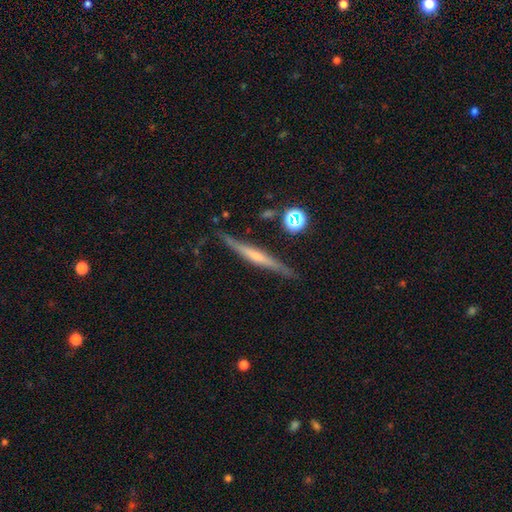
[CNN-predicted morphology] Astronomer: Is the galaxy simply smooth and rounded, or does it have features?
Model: featured or disk — 65%.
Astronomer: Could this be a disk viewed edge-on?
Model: yes — 96%.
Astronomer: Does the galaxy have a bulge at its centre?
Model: rounded — 46% (runner-up: none, 42%).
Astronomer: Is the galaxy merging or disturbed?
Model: none — 83%.